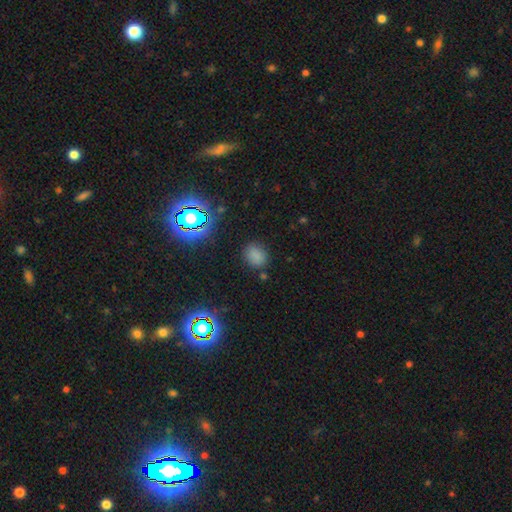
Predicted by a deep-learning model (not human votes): smooth 75%, star or artifact 19%, featured or disk 5%. Down the decision tree: how rounded — round (50%); merging — none (81%).